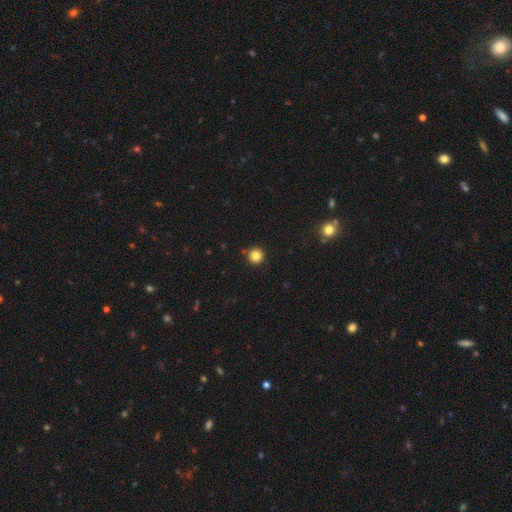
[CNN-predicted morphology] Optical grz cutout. It shows a smooth galaxy with no disk features (83%) that is round (95%). Merging: none (90%).